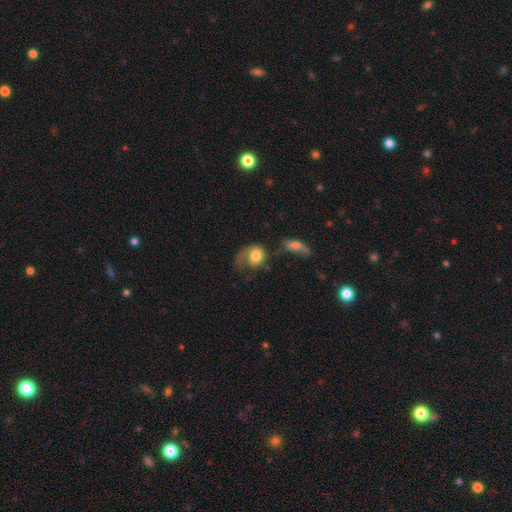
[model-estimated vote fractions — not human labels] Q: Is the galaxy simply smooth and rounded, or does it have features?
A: smooth — 58%.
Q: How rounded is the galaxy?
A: round — 50%.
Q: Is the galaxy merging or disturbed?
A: major disturbance — 42%.